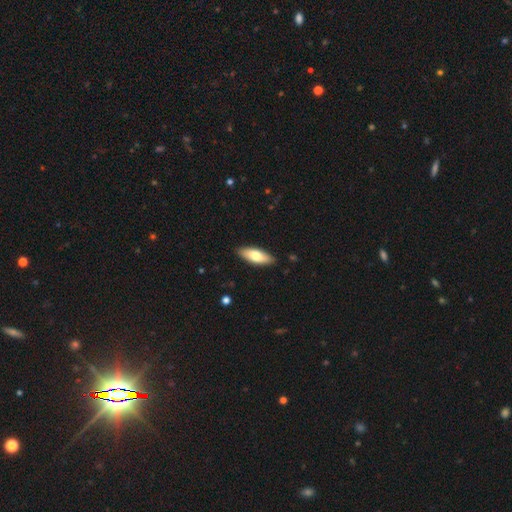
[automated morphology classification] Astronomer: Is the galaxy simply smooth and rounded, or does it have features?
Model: smooth — 73%.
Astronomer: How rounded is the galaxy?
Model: in between — 69%.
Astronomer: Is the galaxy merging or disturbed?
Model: none — 88%.